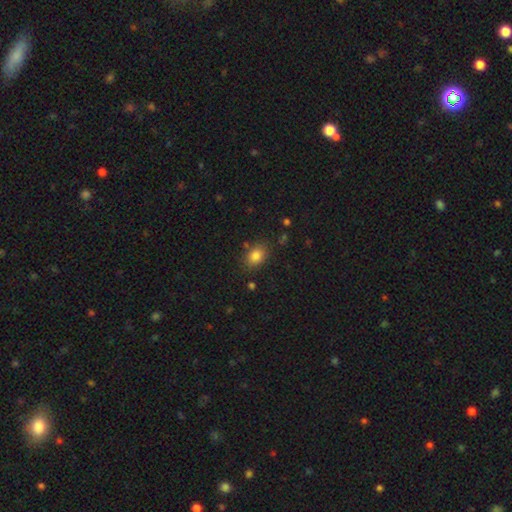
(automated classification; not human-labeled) The model was most divided on "how rounded": in between: 69%, round: 29%, cigar-shaped: 1%. More confident: smooth or featured — smooth (83%); merging — none (80%).